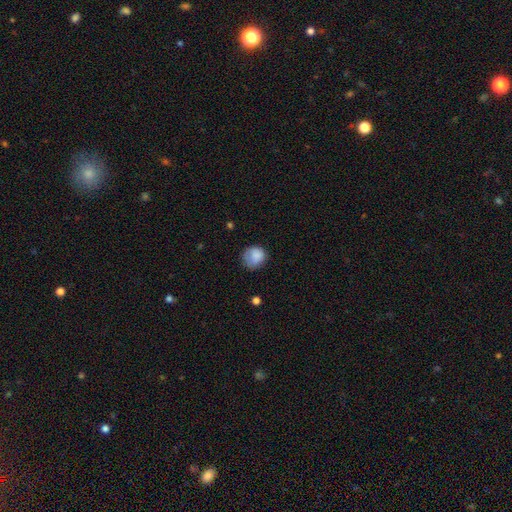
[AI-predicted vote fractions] This is clearly a smooth galaxy (84%). How rounded: clearly round (81%). Merging: likely none (65%).